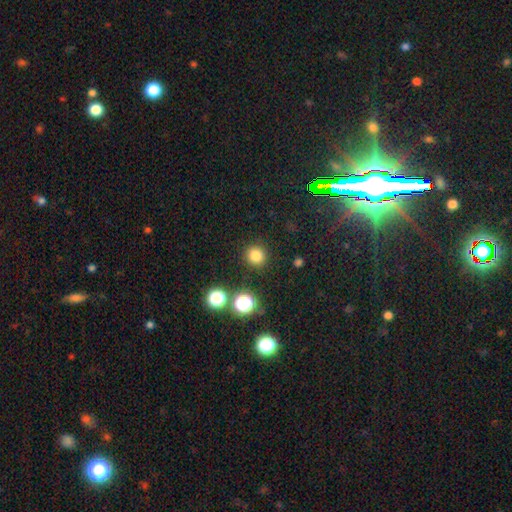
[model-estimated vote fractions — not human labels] A smooth galaxy with no disk features (80%) that is round (92%).

Vote fractions:
- Smooth or featured? smooth: 80% / star or artifact: 15% / featured or disk: 5%
- How rounded? round: 92% / in between: 7% / cigar-shaped: 1%
- Merging? none: 89% / minor disturbance: 6% / major disturbance: 3% / merger: 2%